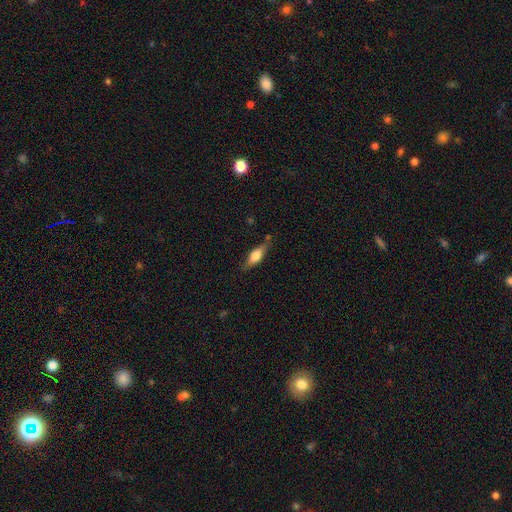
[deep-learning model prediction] This is possibly a smooth galaxy (57%). How rounded: possibly in between (52%). Merging: likely none (74%).